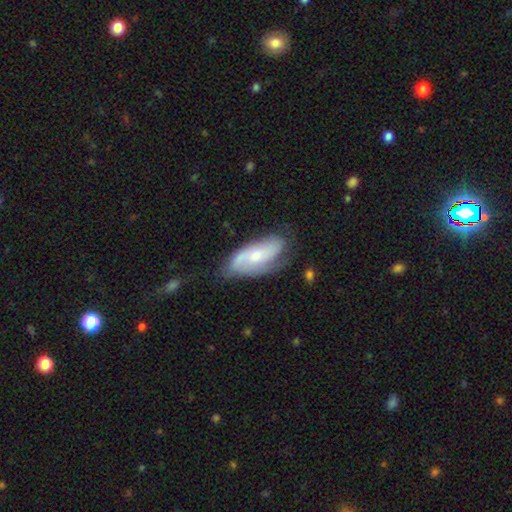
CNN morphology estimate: Smooth or featured? Predicted: featured or disk (p=0.64). Edge-on disk? Predicted: no (p=0.90). Bar? Predicted: no (p=0.61). Spiral arms? Predicted: yes (p=0.86). Bulge size? Predicted: small (p=0.51). Merging? Predicted: none (p=0.62).